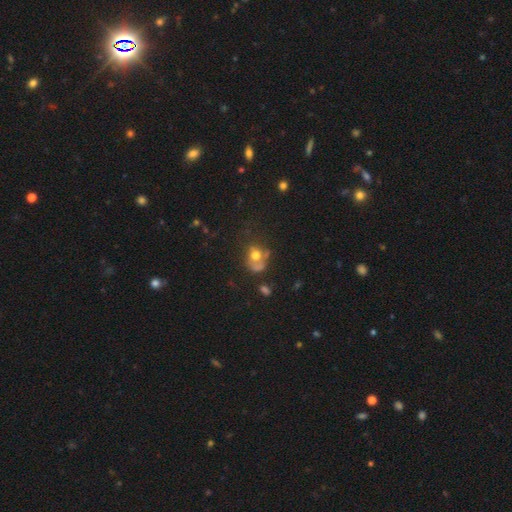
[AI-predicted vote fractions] Overall: smooth (61%; featured or disk 26%). How rounded: round (57%; in between 42%). Merging: none (34%; major disturbance 26%).